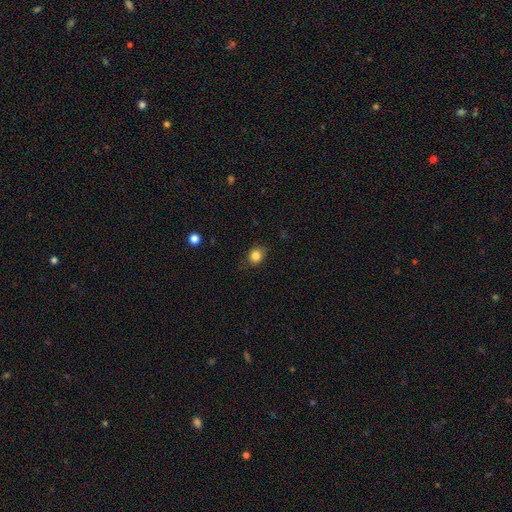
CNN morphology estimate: type=smooth (83%); roundness=round (66%); merging=none (79%).